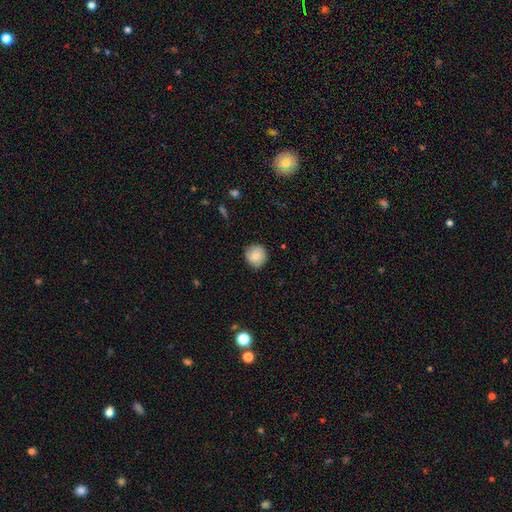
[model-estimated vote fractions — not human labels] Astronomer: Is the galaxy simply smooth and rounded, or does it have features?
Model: smooth — 81%.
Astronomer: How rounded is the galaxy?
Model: round — 92%.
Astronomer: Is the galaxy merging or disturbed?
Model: none — 83%.